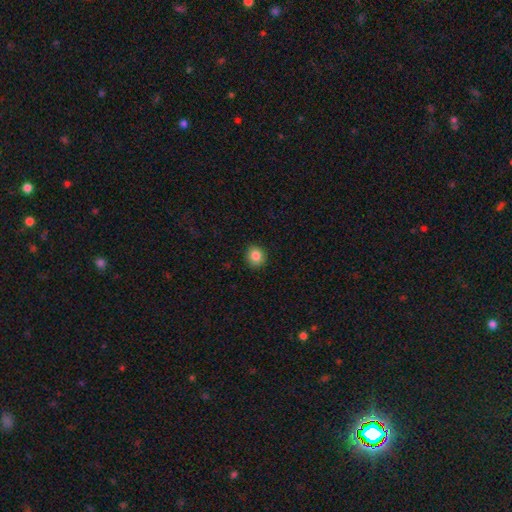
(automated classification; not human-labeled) smooth_or_featured: smooth (p=0.85) [alt: star or artifact p=0.10]
how_rounded: round (p=0.82) [alt: in between p=0.17]
merging: none (p=0.90) [alt: minor disturbance p=0.07]